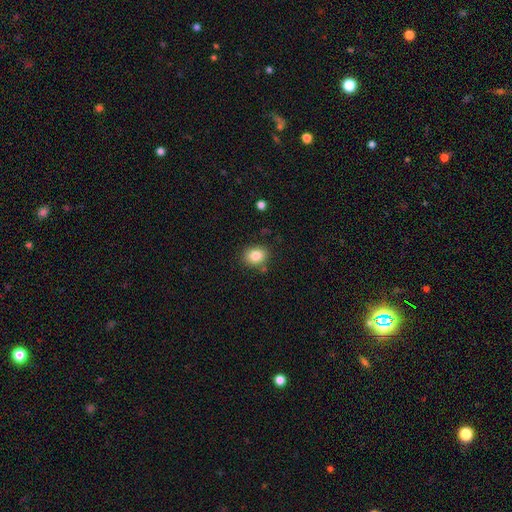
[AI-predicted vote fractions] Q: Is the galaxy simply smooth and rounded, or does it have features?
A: smooth — 84%.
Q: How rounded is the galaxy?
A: round — 57%.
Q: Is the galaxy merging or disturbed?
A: none — 81%.